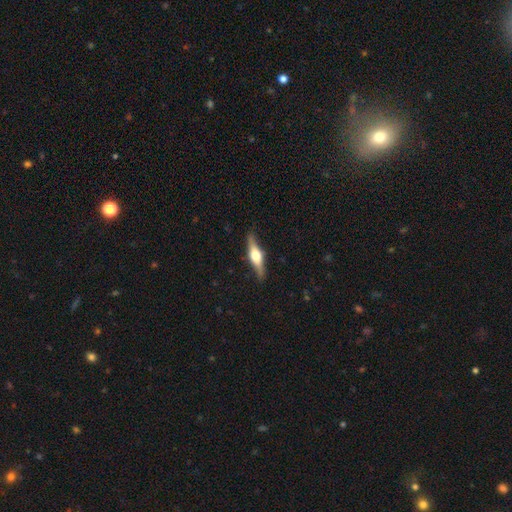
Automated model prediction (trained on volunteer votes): featured or disk 68%, smooth 27%, star or artifact 5%. Down the decision tree: edge-on disk — yes (96%); edge-on bulge — rounded (94%); merging — none (87%).